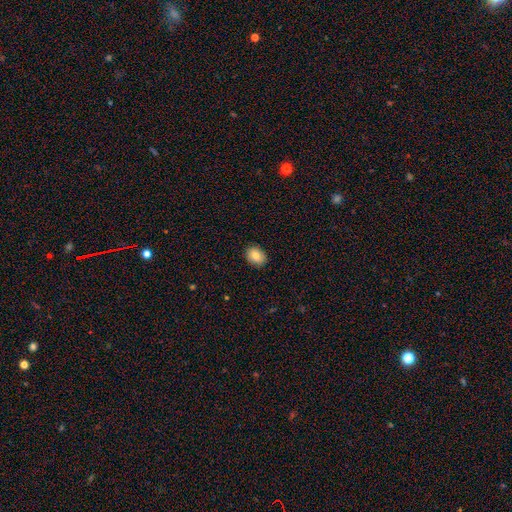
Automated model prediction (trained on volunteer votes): Smooth or featured: smooth — 84% (featured or disk — 8%)
How rounded: in between — 70% (round — 29%)
Merging: none — 90% (minor disturbance — 7%)